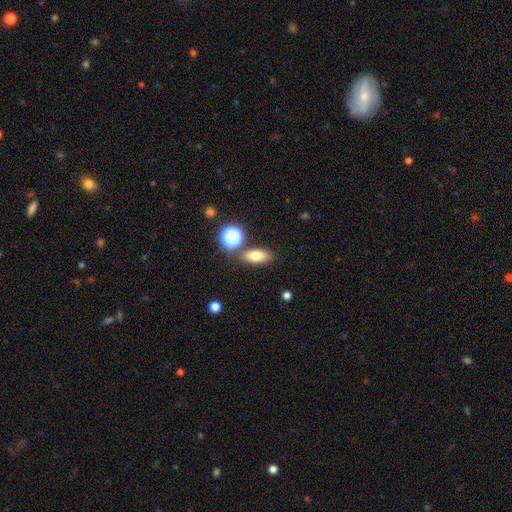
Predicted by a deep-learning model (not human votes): Smooth or featured? Predicted: smooth (p=0.73). How rounded? Predicted: in between (p=0.71). Merging? Predicted: none (p=0.78).